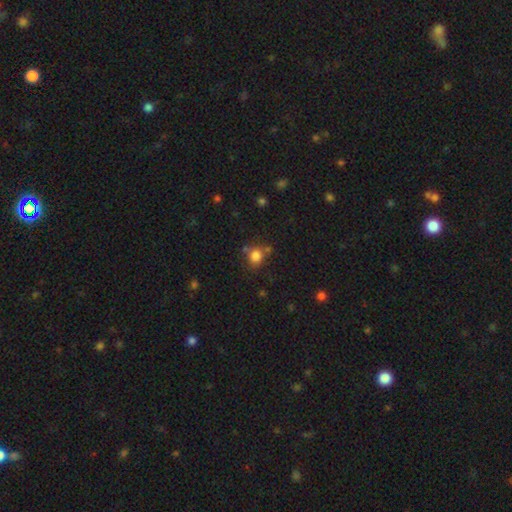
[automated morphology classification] Q: Smooth or featured?
A: smooth (81%); runner-up: star or artifact (13%)
Q: How rounded?
A: round (75%); runner-up: in between (24%)
Q: Merging?
A: none (66%); runner-up: minor disturbance (16%)